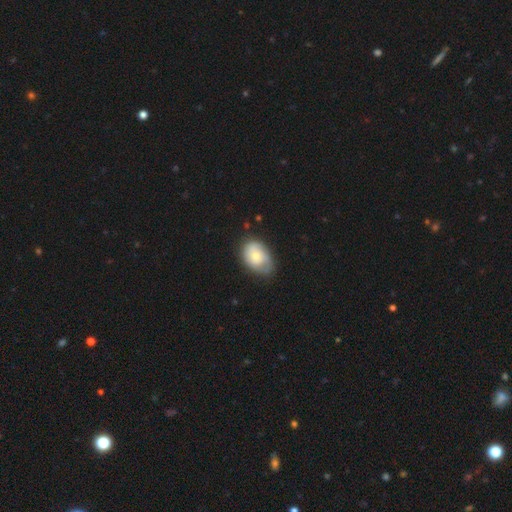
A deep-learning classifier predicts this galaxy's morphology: This is likely a smooth galaxy (61%). How rounded: likely in between (78%). Merging: likely none (60%).